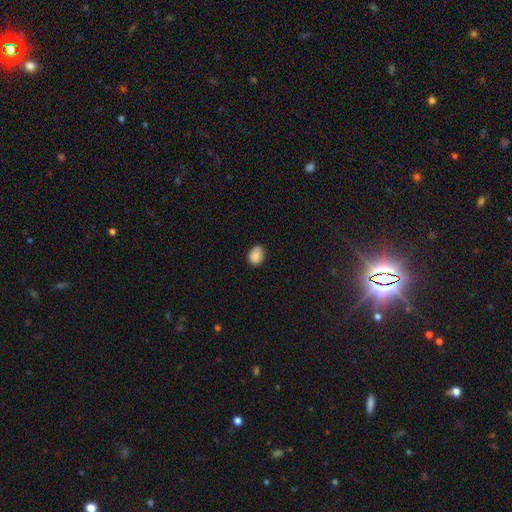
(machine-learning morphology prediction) smooth_or_featured: smooth (p=0.87) [alt: star or artifact p=0.09]
how_rounded: in between (p=0.55) [alt: round p=0.44]
merging: none (p=0.77) [alt: minor disturbance p=0.19]